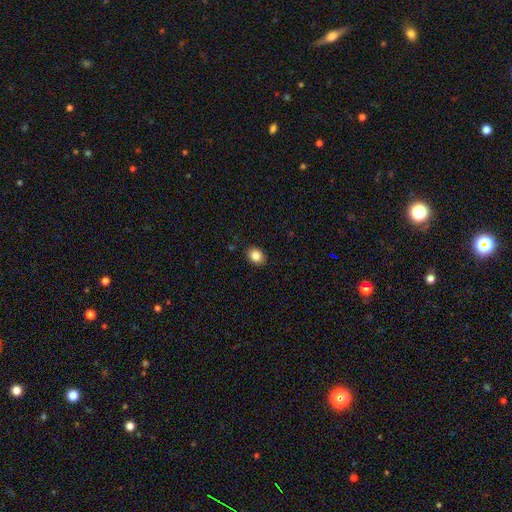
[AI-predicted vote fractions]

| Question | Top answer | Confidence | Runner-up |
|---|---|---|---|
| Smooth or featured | smooth | 85% | star or artifact (9%) |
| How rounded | in between | 59% | round (40%) |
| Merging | none | 88% | minor disturbance (9%) |